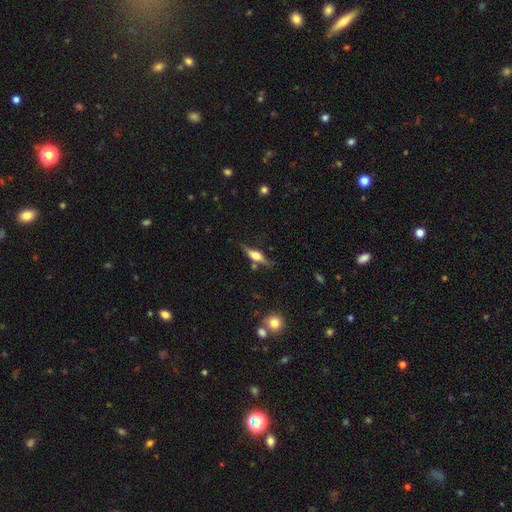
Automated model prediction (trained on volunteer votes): A featured or disk galaxy (67%) viewed edge-on (95%) with a rounded central bulge (88%). Merging: none (74%).